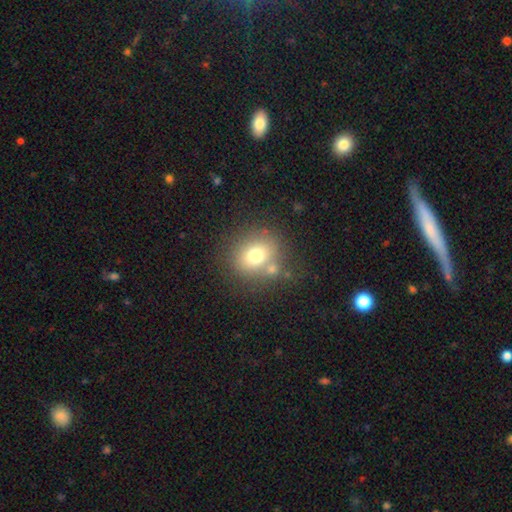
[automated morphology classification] A smooth galaxy with no disk features (72%) that is round (76%). Merging: none (67%).